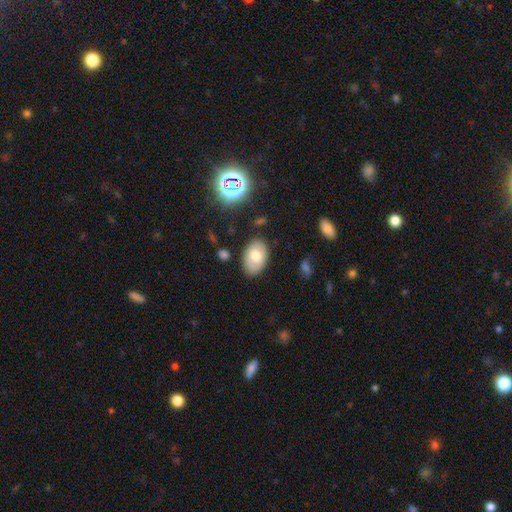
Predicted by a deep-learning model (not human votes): Morphology: type=smooth (67%); roundness=in between (89%); merging=none (81%).